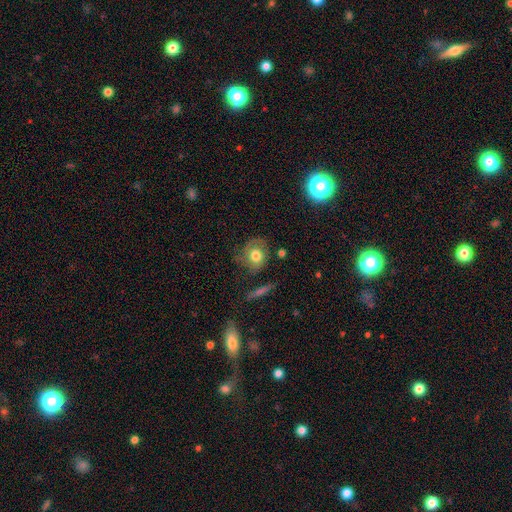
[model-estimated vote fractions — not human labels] Morphology: type=smooth (61%); roundness=round (70%); merging=none (60%).